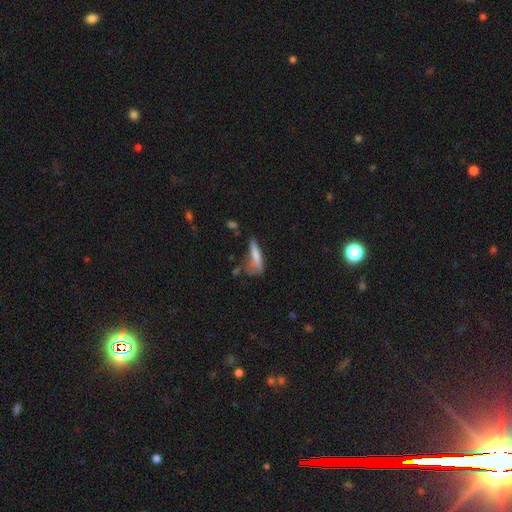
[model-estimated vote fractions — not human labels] Morphology: type=smooth (70%); roundness=cigar-shaped (76%); merging=none (40%).